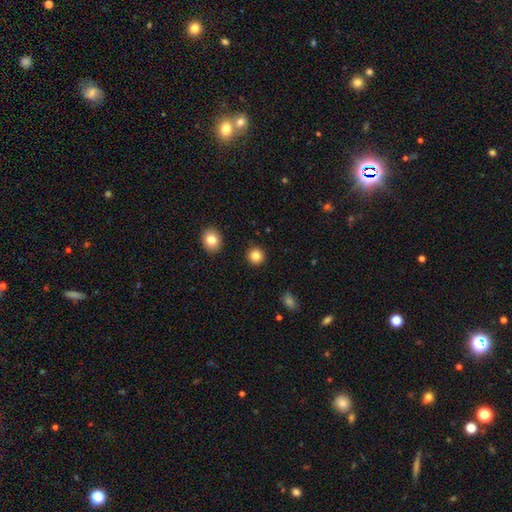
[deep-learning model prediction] Morphology: type=smooth (84%); roundness=round (93%); merging=none (92%).